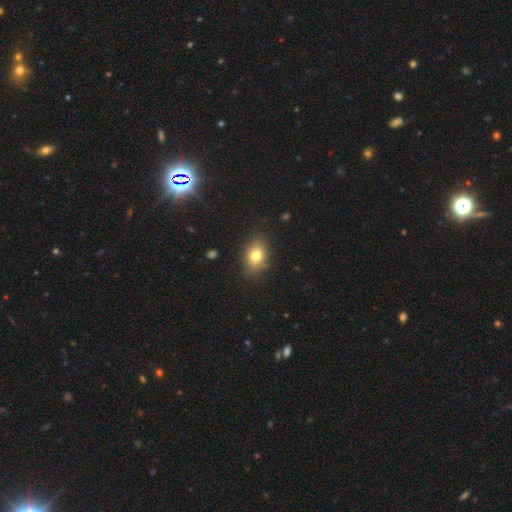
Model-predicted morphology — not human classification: The model was most divided on "how rounded": in between: 73%, round: 25%, cigar-shaped: 2%. More confident: merging — none (83%); smooth or featured — smooth (76%).